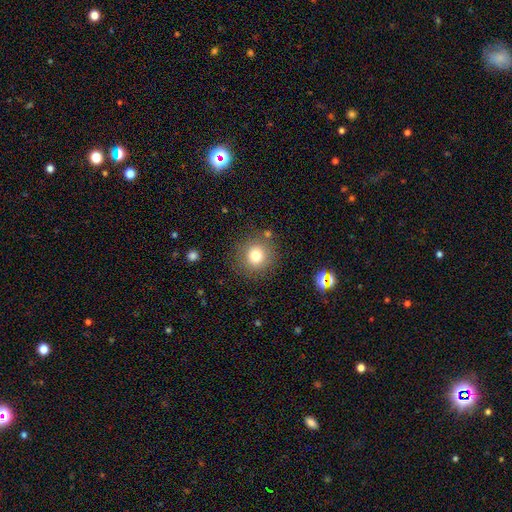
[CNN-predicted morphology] Q: Smooth or featured?
A: smooth (77%); runner-up: star or artifact (13%)
Q: How rounded?
A: round (93%); runner-up: in between (6%)
Q: Merging?
A: none (85%); runner-up: minor disturbance (9%)